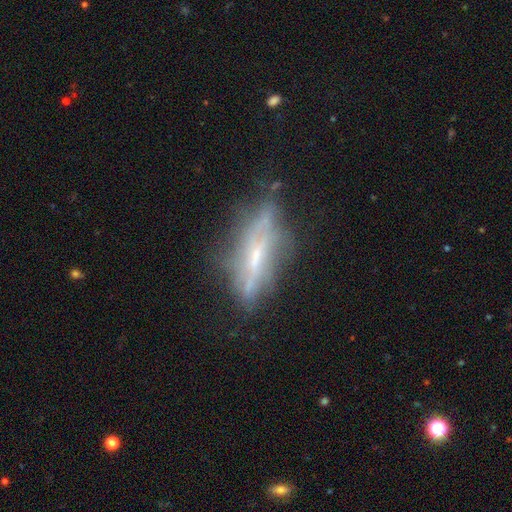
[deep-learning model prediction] Smooth or featured? featured or disk (70%)
Edge-on disk? yes (76%)
Edge-on bulge? rounded (56%)
Merging? none (62%)